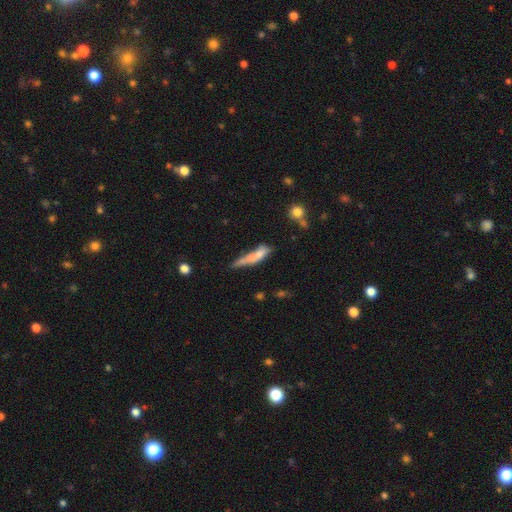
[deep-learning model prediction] Smooth or featured? Predicted: smooth (p=0.63). How rounded? Predicted: cigar-shaped (p=0.77). Merging? Predicted: none (p=0.33).